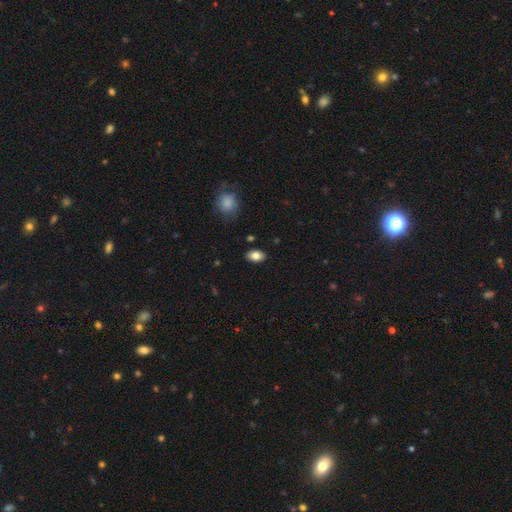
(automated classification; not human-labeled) smooth 82%, featured or disk 9%, star or artifact 9%. Down the decision tree: how rounded — in between (86%); merging — none (87%).